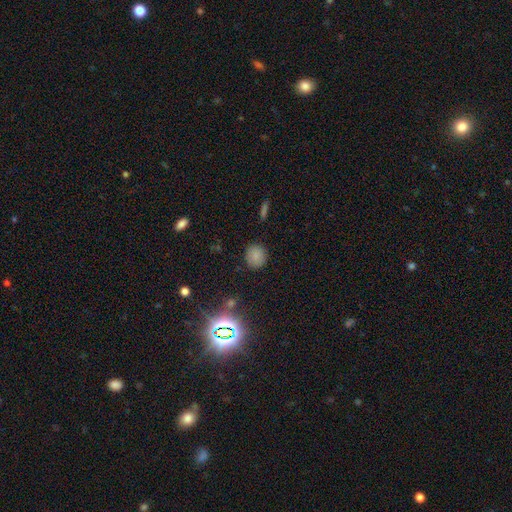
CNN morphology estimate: Smooth or featured? smooth (80%)
How rounded? round (82%)
Merging? none (87%)